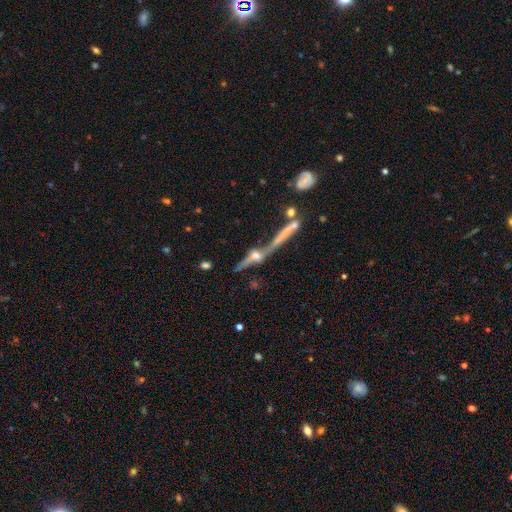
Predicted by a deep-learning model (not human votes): Smooth or featured: featured or disk — 68% (smooth — 18%)
Edge-on disk: yes — 83% (no — 17%)
Edge-on bulge: rounded — 84% (none — 9%)
Merging: none — 44% (merger — 34%)